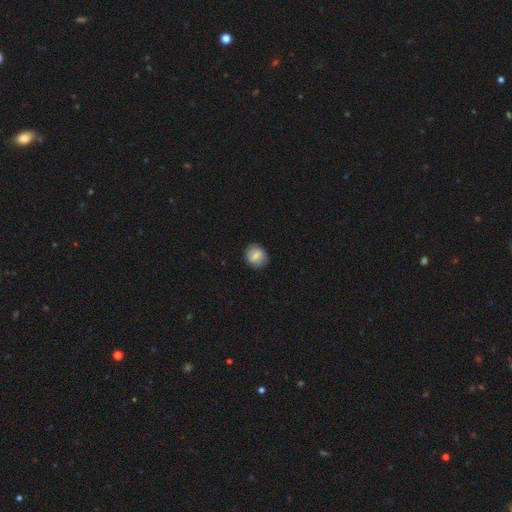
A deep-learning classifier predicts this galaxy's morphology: type=smooth (67%); roundness=round (71%); merging=none (83%).